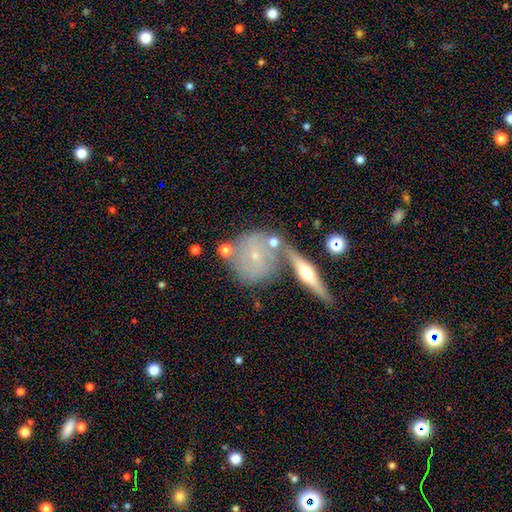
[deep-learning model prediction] smooth_or_featured: featured or disk (p=0.62) [alt: smooth p=0.28]
disk_edge_on: no (p=0.69) [alt: yes p=0.31]
merging: none (p=0.60) [alt: merger p=0.19]